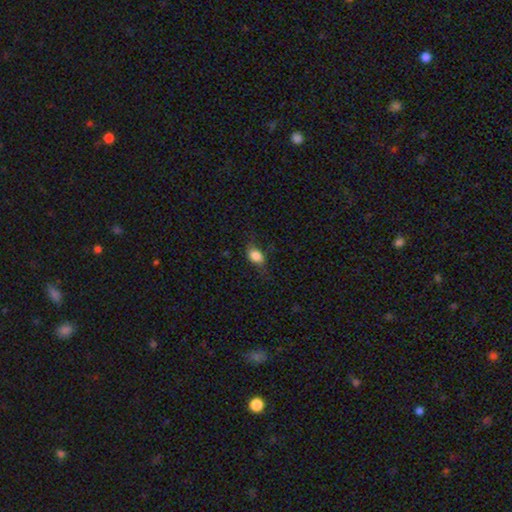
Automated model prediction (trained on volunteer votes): A smooth galaxy with no disk features (82%) that is in between round and cigar-shaped (79%). Merging: none (65%).